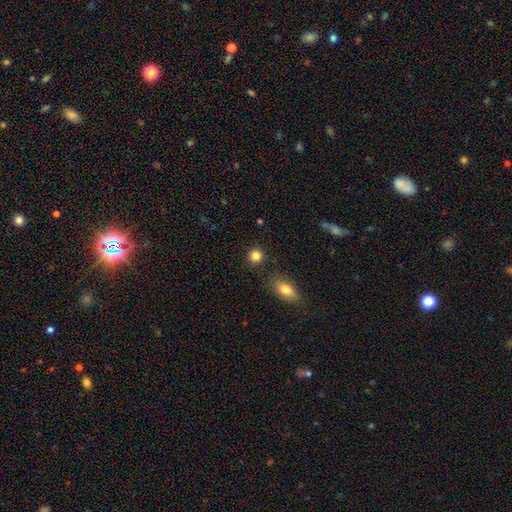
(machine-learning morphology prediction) smooth-or-featured: smooth: 84% | star or artifact: 11% | featured or disk: 5%
  how-rounded: round: 90% | in between: 9% | cigar-shaped: 1%
  merging: none: 88% | minor disturbance: 7% | merger: 3% | major disturbance: 2%